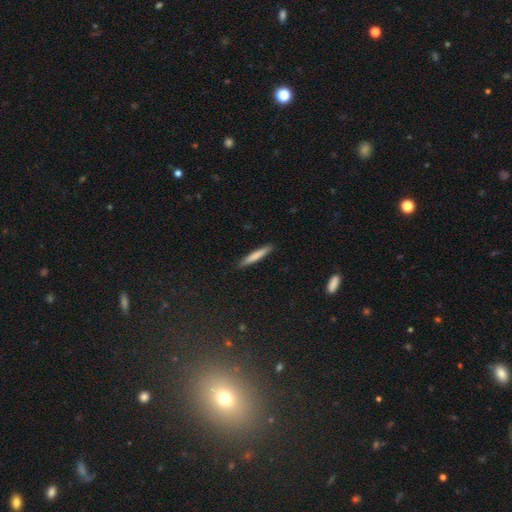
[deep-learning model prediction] This appears to be a smooth galaxy with no disk features (75%) that is cigar-shaped (94%). Merging: none (90%).